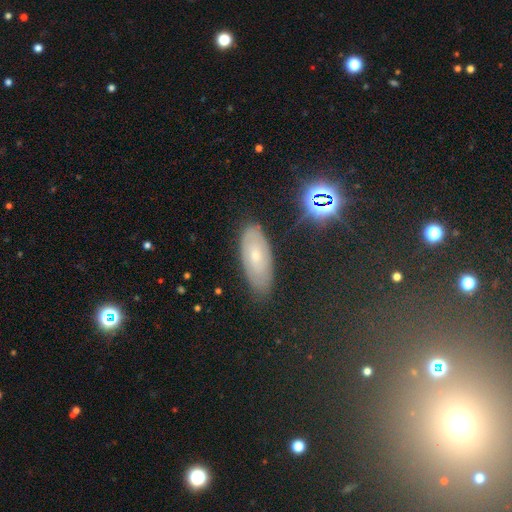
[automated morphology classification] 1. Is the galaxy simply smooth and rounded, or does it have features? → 44% featured or disk, 41% smooth, 16% star or artifact.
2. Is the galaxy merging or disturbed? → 80% none, 15% minor disturbance, 3% major disturbance, 1% merger.